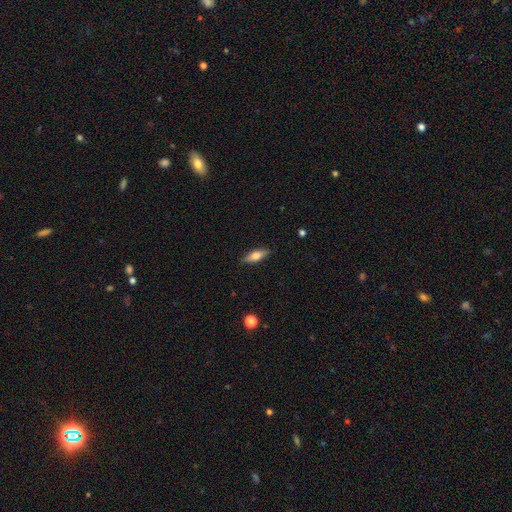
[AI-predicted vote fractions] A smooth galaxy with no disk features (68%) that is in between round and cigar-shaped (63%).

Vote fractions:
- Smooth or featured? smooth: 68% / featured or disk: 26% / star or artifact: 7%
- How rounded? in between: 63% / cigar-shaped: 34% / round: 3%
- Merging? none: 87% / minor disturbance: 10% / major disturbance: 2% / merger: 1%